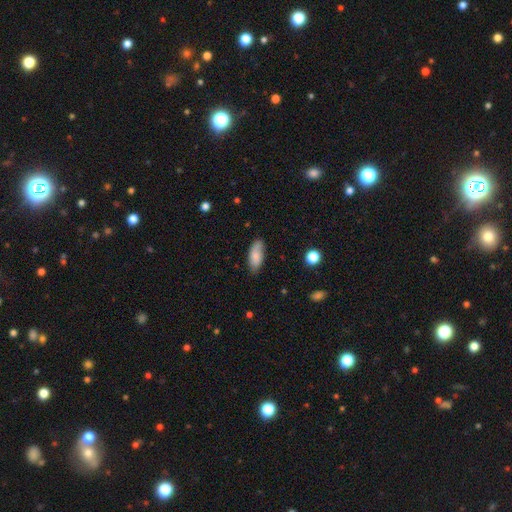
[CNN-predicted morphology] type=smooth (81%); roundness=in between (86%); merging=none (73%).